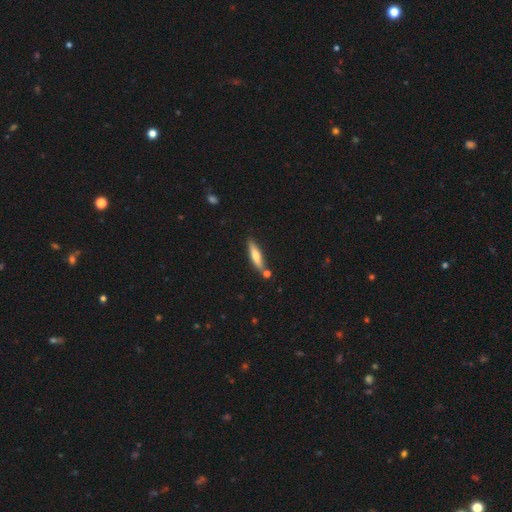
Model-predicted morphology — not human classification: Smooth or featured? smooth (61%)
How rounded? cigar-shaped (83%)
Merging? none (75%)